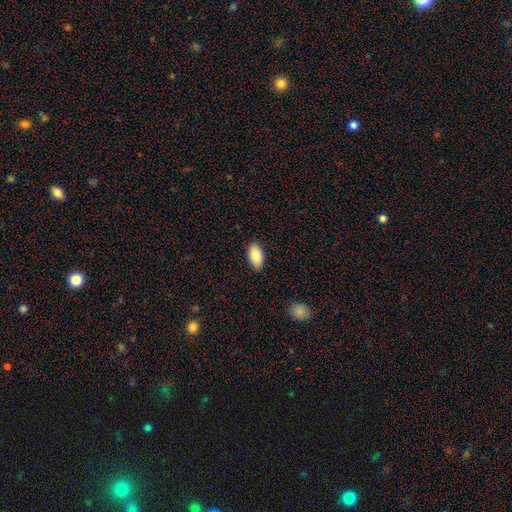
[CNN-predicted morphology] This appears to be a smooth galaxy with no disk features (87%) that is in between round and cigar-shaped (94%). Merging: none (87%).